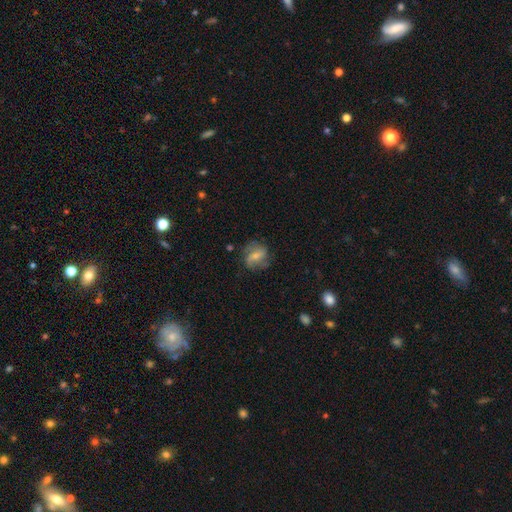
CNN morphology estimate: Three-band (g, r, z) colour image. It shows a featured or disk galaxy (60%) with a weak bar (45%), 2 (67%) medium (43%) spiral arms (87%) and a small central bulge (53%). Merging: none (66%).